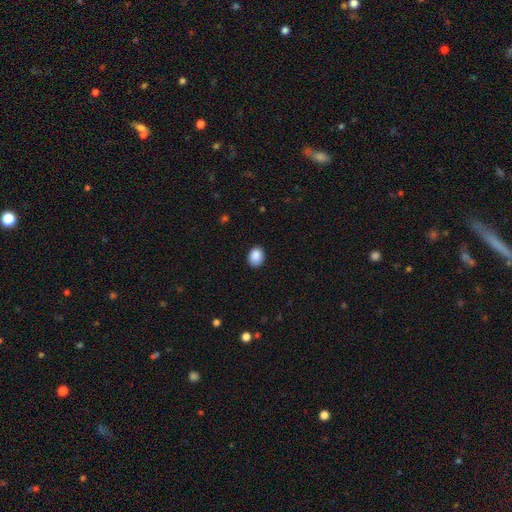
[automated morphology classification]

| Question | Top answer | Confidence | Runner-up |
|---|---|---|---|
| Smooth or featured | smooth | 89% | star or artifact (8%) |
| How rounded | in between | 63% | round (37%) |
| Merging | none | 86% | minor disturbance (11%) |